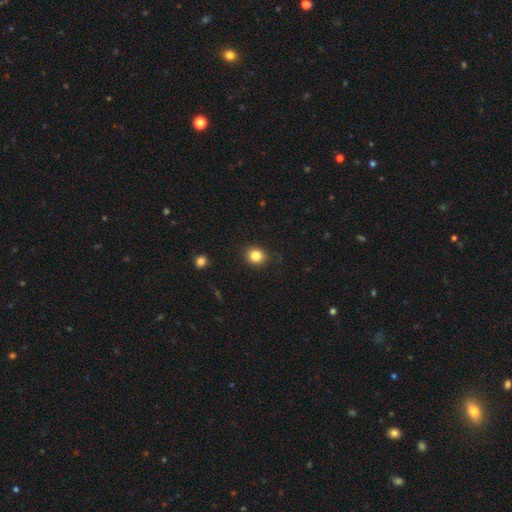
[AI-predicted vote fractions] Smooth or featured? smooth (83%)
How rounded? round (75%)
Merging? none (87%)